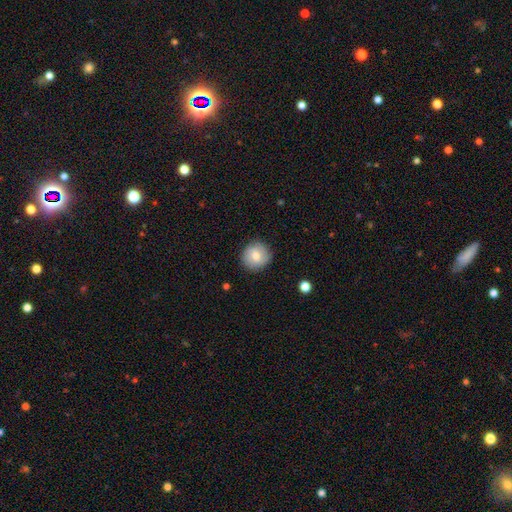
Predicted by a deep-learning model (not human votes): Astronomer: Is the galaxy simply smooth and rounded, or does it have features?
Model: smooth — 75%.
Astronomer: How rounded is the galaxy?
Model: round — 93%.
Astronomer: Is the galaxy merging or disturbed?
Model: none — 87%.